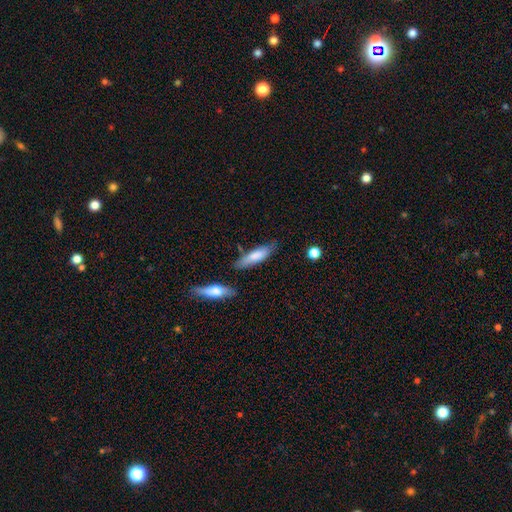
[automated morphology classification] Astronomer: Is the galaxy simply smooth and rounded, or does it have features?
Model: smooth — 75%.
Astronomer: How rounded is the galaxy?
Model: cigar-shaped — 60% (runner-up: in between, 39%).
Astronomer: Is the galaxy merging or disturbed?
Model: none — 66%.